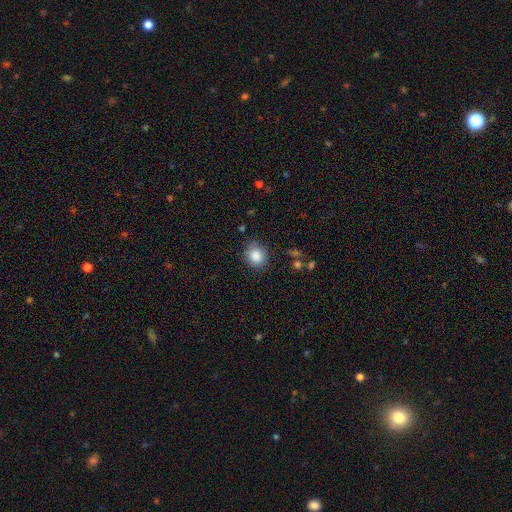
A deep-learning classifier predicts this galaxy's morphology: Smooth or featured? Predicted: smooth (p=0.86). How rounded? Predicted: round (p=0.75). Merging? Predicted: none (p=0.79).